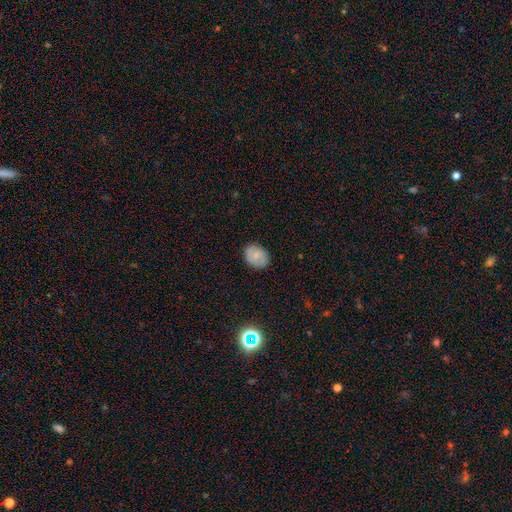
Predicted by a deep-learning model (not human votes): smooth-or-featured: smooth: 62% | featured or disk: 29% | star or artifact: 9%
  how-rounded: in between: 53% | round: 46% | cigar-shaped: 1%
  merging: none: 84% | minor disturbance: 12% | major disturbance: 3% | merger: 1%